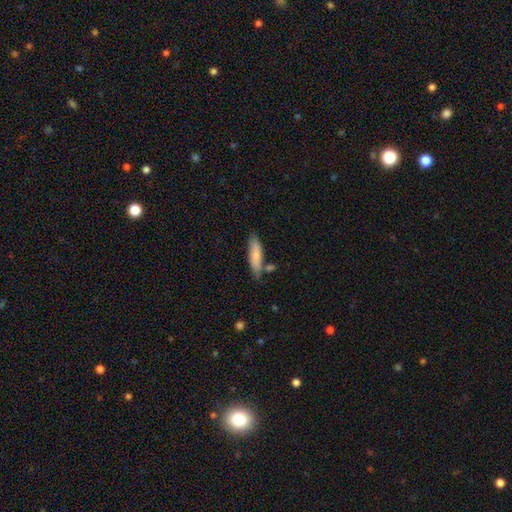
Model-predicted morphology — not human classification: This is likely a smooth galaxy (77%). How rounded: likely cigar-shaped (62%). Merging: likely none (71%).